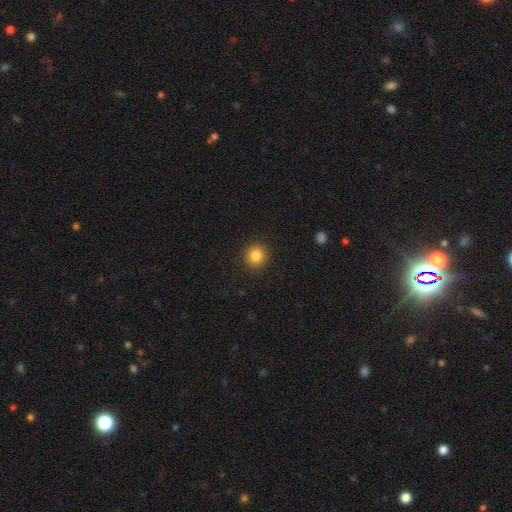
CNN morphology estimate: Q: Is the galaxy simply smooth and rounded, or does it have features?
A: smooth — 84%.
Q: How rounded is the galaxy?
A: round — 92%.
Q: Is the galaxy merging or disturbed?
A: none — 91%.